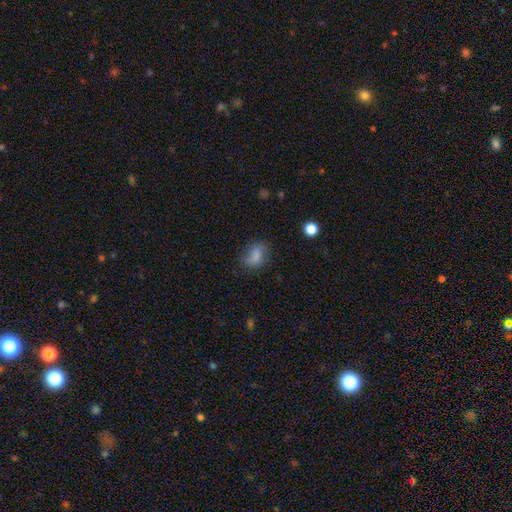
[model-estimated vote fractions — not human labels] This appears to be a smooth galaxy with no disk features (77%) that is in between round and cigar-shaped (79%). Merging: none (57%).